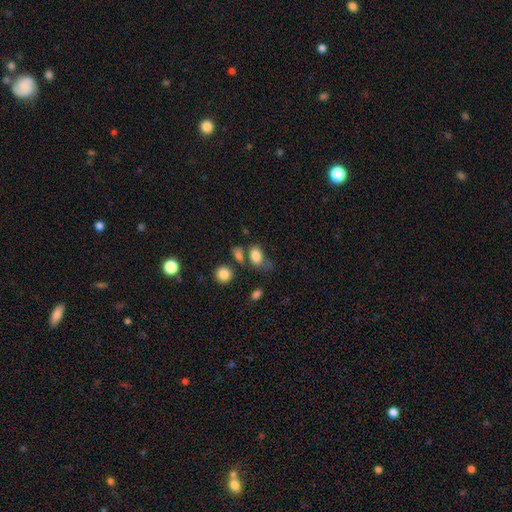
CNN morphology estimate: smooth 82%, star or artifact 10%, featured or disk 8%. Down the decision tree: how rounded — in between (80%); merging — none (45%).